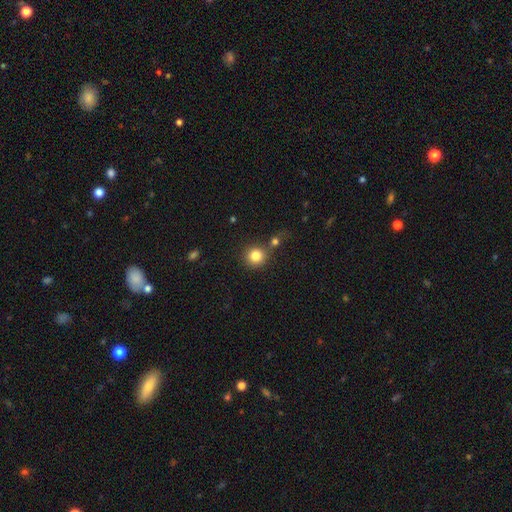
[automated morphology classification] Overall: smooth (83%). How rounded: round (91%). Merging: none (71%).